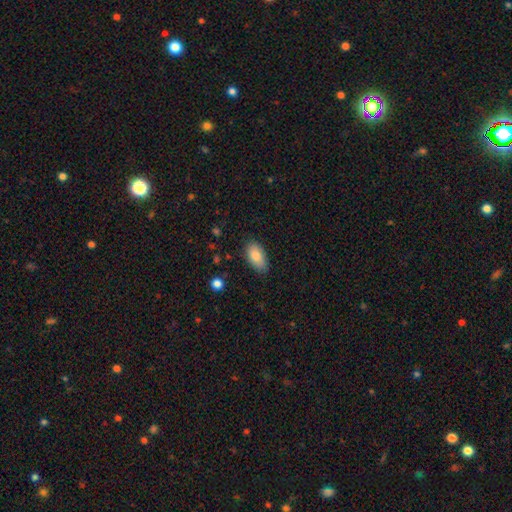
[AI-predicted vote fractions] Overall: smooth (84%). How rounded: in between (93%). Merging: none (82%).